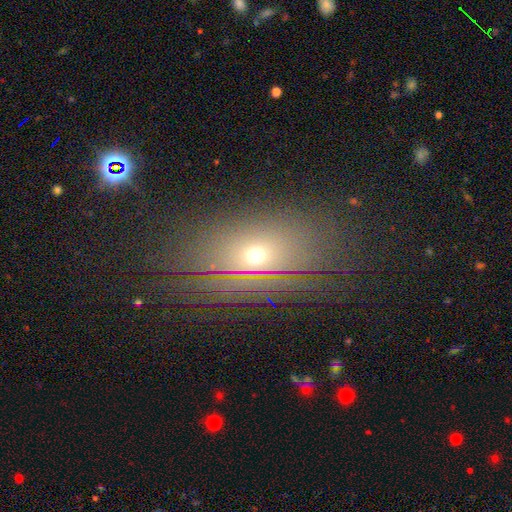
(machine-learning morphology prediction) Smooth or featured? smooth (50%)
Merging? none (74%)